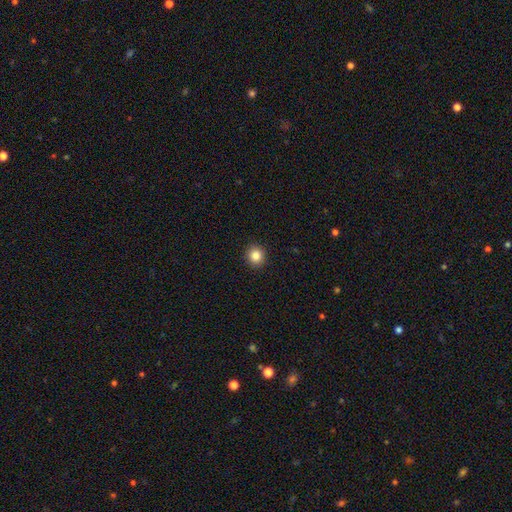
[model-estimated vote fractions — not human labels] Smooth or featured? smooth (85%)
How rounded? round (89%)
Merging? none (92%)